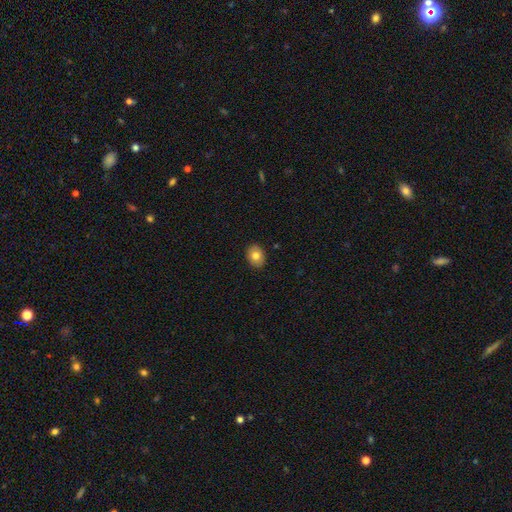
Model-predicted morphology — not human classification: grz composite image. It shows a smooth galaxy with no disk features (79%) that is in between round and cigar-shaped (62%). Merging: none (89%).